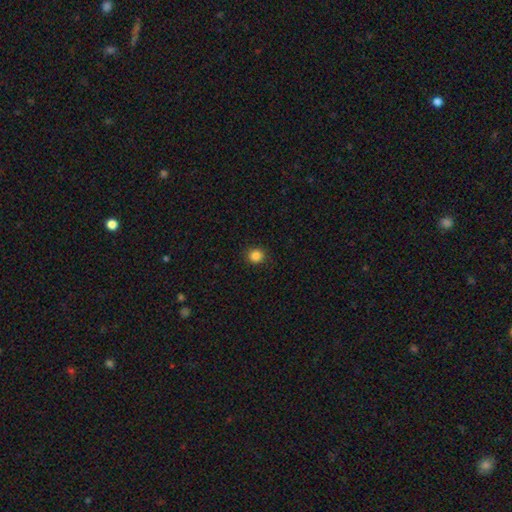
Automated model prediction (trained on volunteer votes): The model was most divided on "smooth or featured": smooth: 86%, star or artifact: 11%, featured or disk: 3%. More confident: merging — none (91%); how rounded — round (90%).